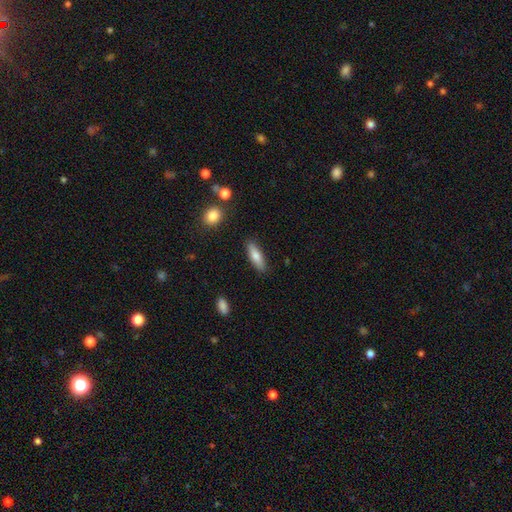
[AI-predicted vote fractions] Q: Smooth or featured?
A: smooth (75%); runner-up: featured or disk (18%)
Q: How rounded?
A: cigar-shaped (53%); runner-up: in between (45%)
Q: Merging?
A: none (86%); runner-up: minor disturbance (10%)